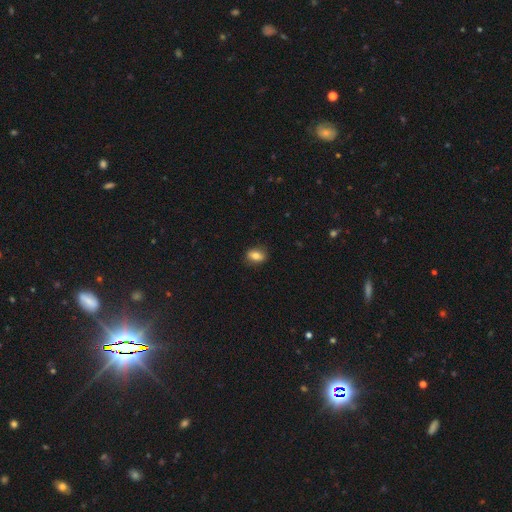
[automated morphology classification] Q: Smooth or featured?
A: smooth (79%); runner-up: featured or disk (12%)
Q: How rounded?
A: in between (78%); runner-up: round (19%)
Q: Merging?
A: none (86%); runner-up: minor disturbance (11%)